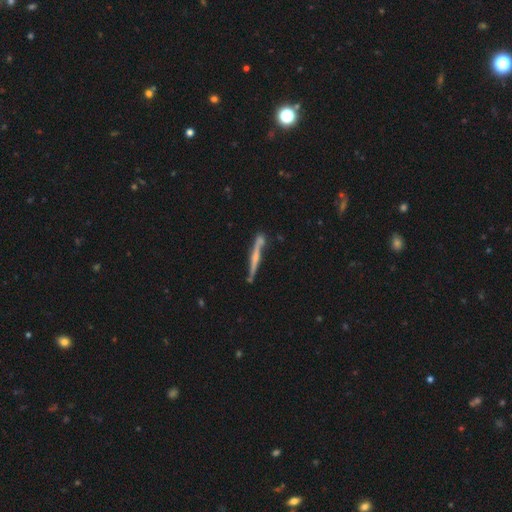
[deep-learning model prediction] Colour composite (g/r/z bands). It shows a featured or disk galaxy (67%) viewed edge-on (96%) with a rounded central bulge (51%). Merging: none (79%).